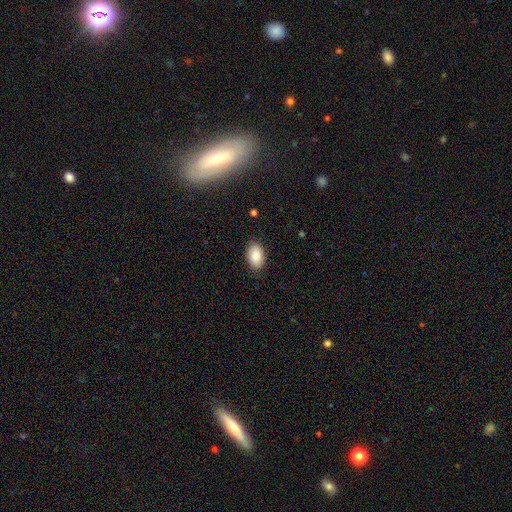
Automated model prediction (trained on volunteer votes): smooth-or-featured: smooth: 87% | star or artifact: 7% | featured or disk: 6%
  how-rounded: in between: 92% | round: 7% | cigar-shaped: 1%
  merging: none: 86% | minor disturbance: 11% | major disturbance: 2% | merger: 1%